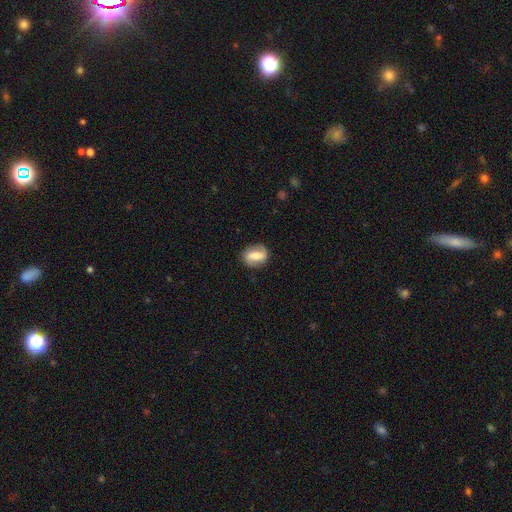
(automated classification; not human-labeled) Smooth or featured? smooth (51%)
How rounded? in between (67%)
Merging? none (80%)